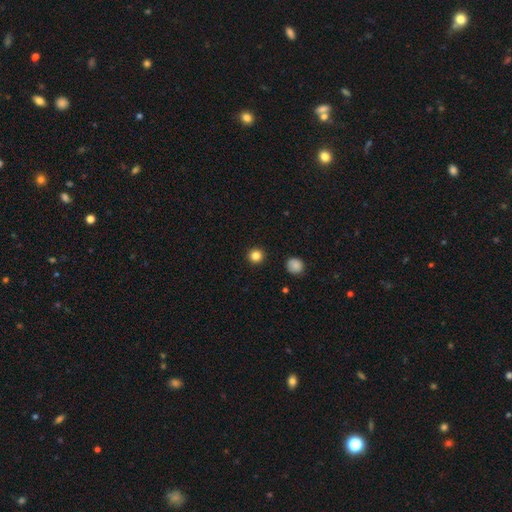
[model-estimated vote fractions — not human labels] Smooth or featured? Predicted: smooth (p=0.84). How rounded? Predicted: round (p=0.95). Merging? Predicted: none (p=0.93).